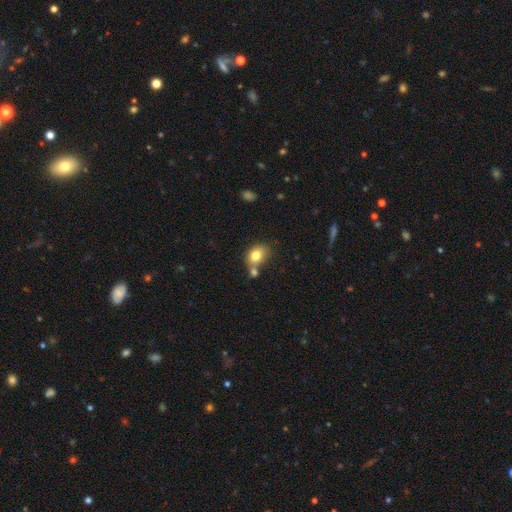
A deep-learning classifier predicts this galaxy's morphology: Smooth or featured?
  - smooth: 78% *
  - featured or disk: 12%
  - star or artifact: 10%
How rounded?
  - in between: 55% *
  - round: 44%
  - cigar-shaped: 1%
Merging?
  - none: 49% *
  - merger: 30%
  - minor disturbance: 16%
  - major disturbance: 6%